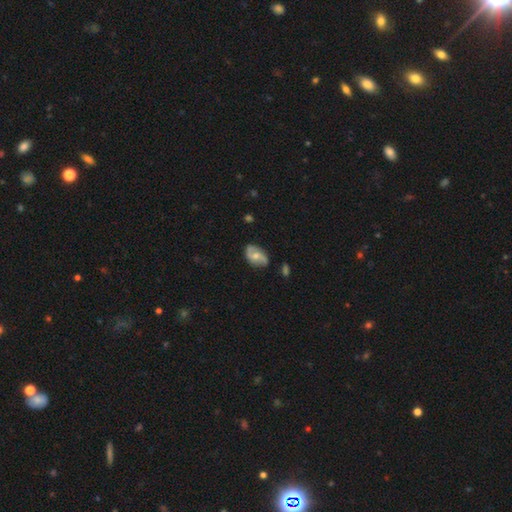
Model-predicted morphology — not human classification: Smooth or featured? featured or disk (64%)
Edge-on disk? no (96%)
Bar? no (54%)
Spiral arms? yes (87%)
Spiral winding? loose (46%)
Spiral arm count? 2 (86%)
Bulge size? moderate (60%)
Merging? none (71%)